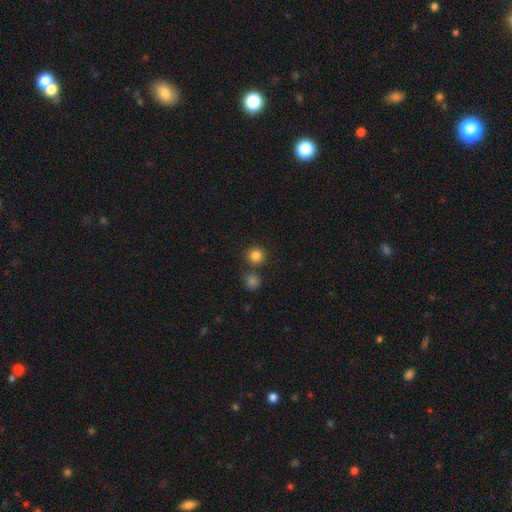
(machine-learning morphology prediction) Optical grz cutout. It shows a smooth galaxy with no disk features (84%) that is round (93%). Merging: none (76%).